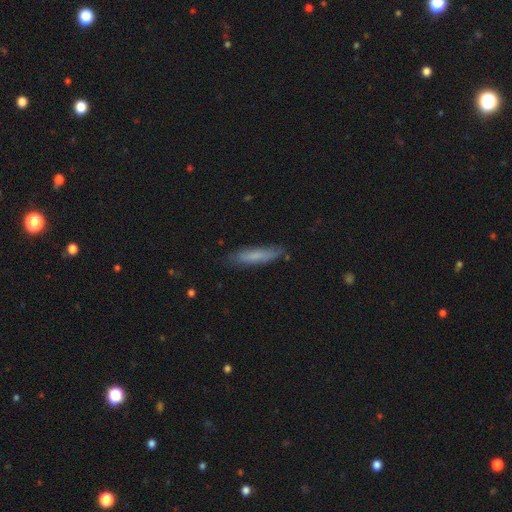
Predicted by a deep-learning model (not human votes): smooth-or-featured: smooth: 73% | featured or disk: 21% | star or artifact: 7%
  how-rounded: cigar-shaped: 83% | in between: 16% | round: 1%
  merging: none: 82% | minor disturbance: 14% | major disturbance: 3% | merger: 1%